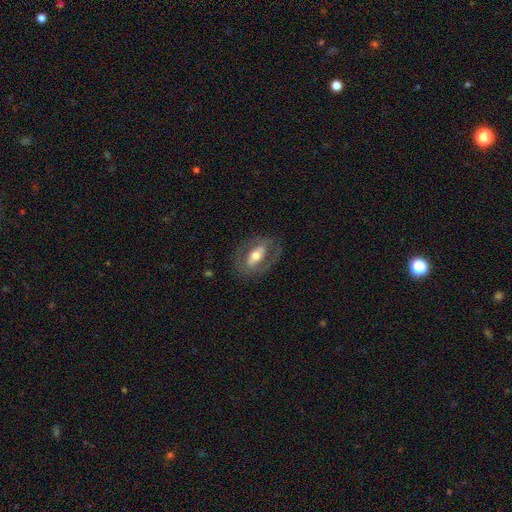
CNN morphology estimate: Smooth or featured? featured or disk (62%)
Edge-on disk? no (88%)
Bar? strong (42%)
Spiral arms? no (51%)
Bulge size? moderate (64%)
Merging? none (74%)